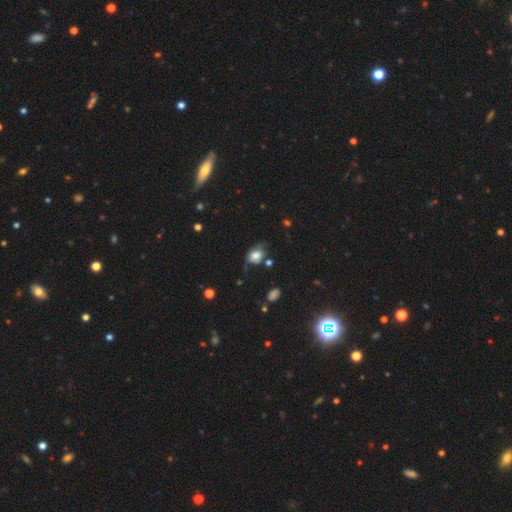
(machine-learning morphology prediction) smooth-or-featured: smooth: 64% | featured or disk: 24% | star or artifact: 11%
  how-rounded: in between: 55% | round: 43% | cigar-shaped: 2%
  merging: none: 43% | minor disturbance: 31% | major disturbance: 20% | merger: 6%